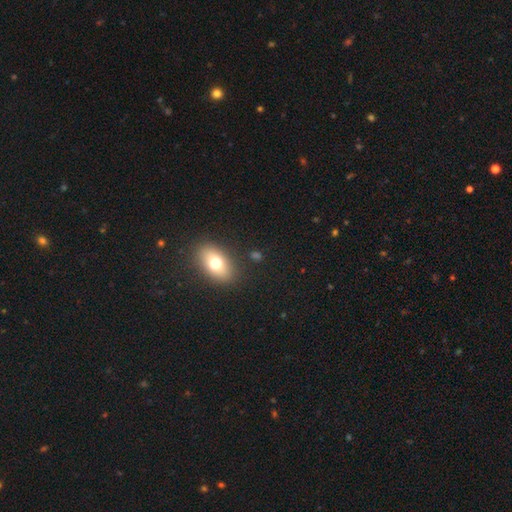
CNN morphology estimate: A smooth galaxy with no disk features (69%) that is in between round and cigar-shaped (79%).

Vote fractions:
- Smooth or featured? smooth: 69% / featured or disk: 19% / star or artifact: 12%
- How rounded? in between: 79% / round: 16% / cigar-shaped: 5%
- Merging? none: 86% / minor disturbance: 9% / major disturbance: 3% / merger: 2%